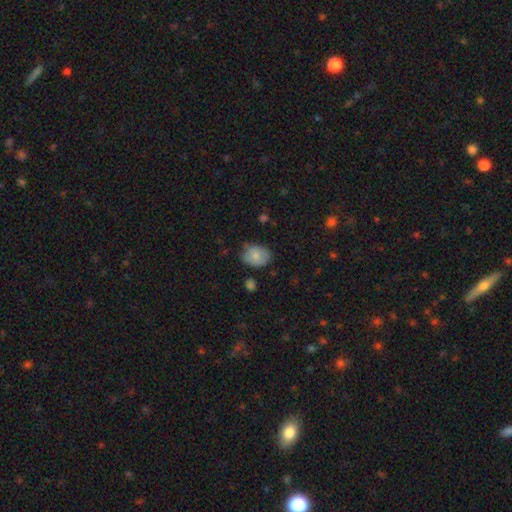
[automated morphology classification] This appears to be a smooth galaxy with no disk features (77%) that is in between round and cigar-shaped (56%). Merging: none (63%).